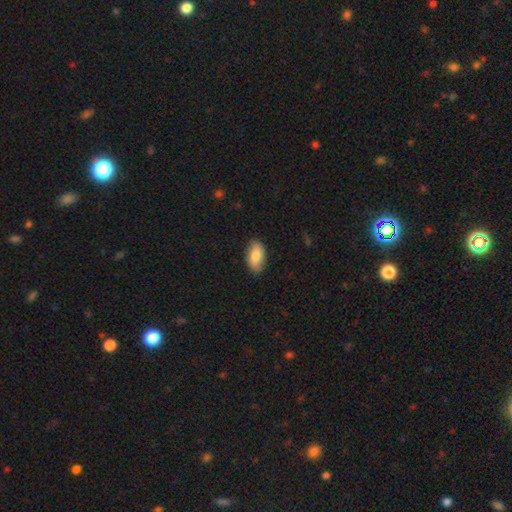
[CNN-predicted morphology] The model was most divided on "smooth or featured": smooth: 78%, featured or disk: 16%, star or artifact: 6%. More confident: how rounded — in between (93%); merging — none (83%).